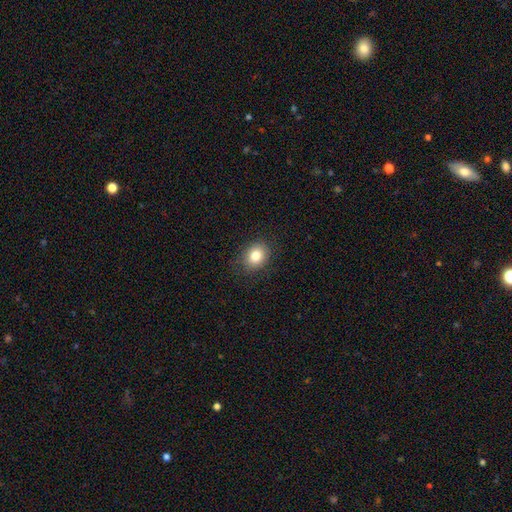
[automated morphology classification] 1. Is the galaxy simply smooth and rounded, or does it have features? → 83% smooth, 10% star or artifact, 8% featured or disk.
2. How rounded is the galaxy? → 51% round, 48% in between, 1% cigar-shaped.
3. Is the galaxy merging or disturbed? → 86% none, 10% minor disturbance, 3% major disturbance, 1% merger.